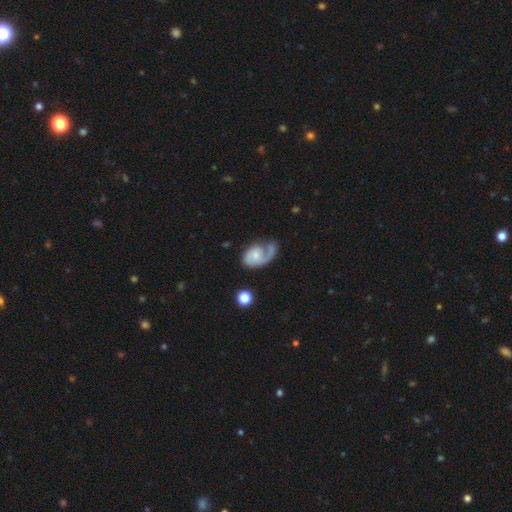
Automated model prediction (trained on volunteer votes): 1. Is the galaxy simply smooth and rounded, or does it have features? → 70% featured or disk, 24% smooth, 6% star or artifact.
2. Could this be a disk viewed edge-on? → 97% no, 3% yes.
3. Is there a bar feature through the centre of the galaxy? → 65% no, 30% weak, 5% strong.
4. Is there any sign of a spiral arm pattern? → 90% yes, 10% no.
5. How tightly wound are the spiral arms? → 39% medium, 32% loose, 28% tight.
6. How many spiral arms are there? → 63% 1, 28% 2, 7% can't tell, 1% 3, 1% 4, 1% more than 4.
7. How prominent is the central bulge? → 55% small, 29% moderate, 11% none, 3% large, 1% dominant.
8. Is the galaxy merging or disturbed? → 39% none, 31% major disturbance, 24% minor disturbance, 7% merger.